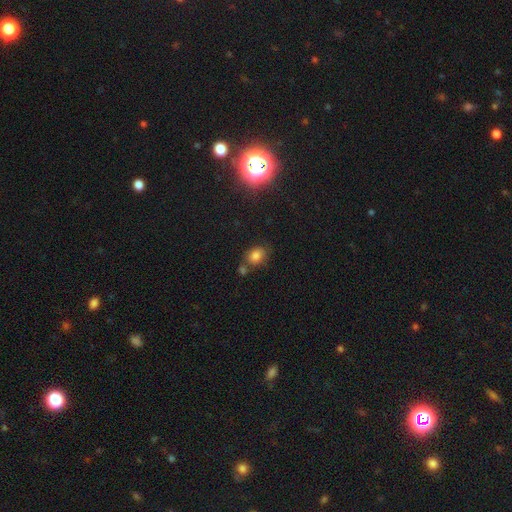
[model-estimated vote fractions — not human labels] This is likely a smooth galaxy (79%). How rounded: possibly in between (59%). Merging: likely none (64%).